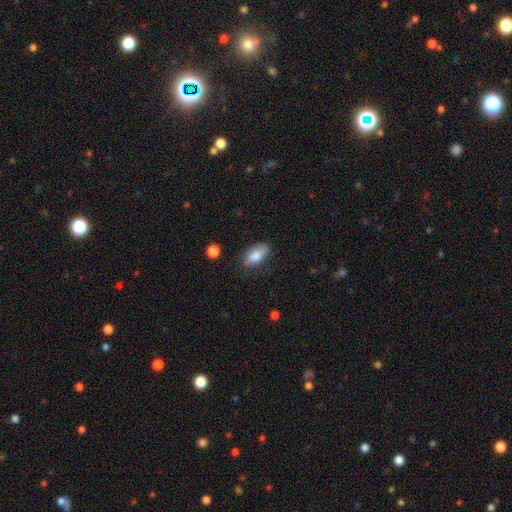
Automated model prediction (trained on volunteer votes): Smooth or featured? Predicted: smooth (p=0.79). How rounded? Predicted: in between (p=0.87). Merging? Predicted: none (p=0.71).